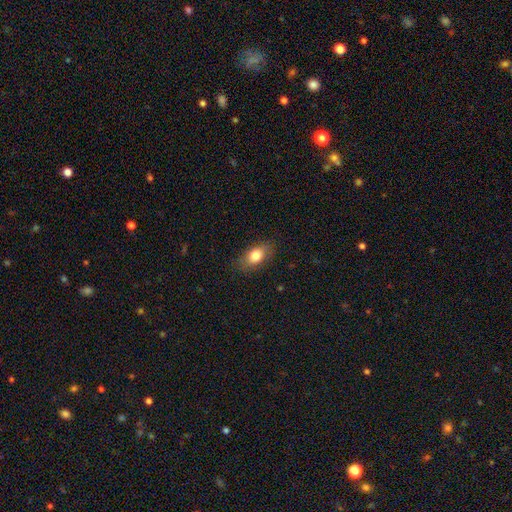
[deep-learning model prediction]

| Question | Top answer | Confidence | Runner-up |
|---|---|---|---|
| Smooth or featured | smooth | 80% | featured or disk (12%) |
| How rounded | in between | 85% | round (10%) |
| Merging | none | 82% | minor disturbance (13%) |